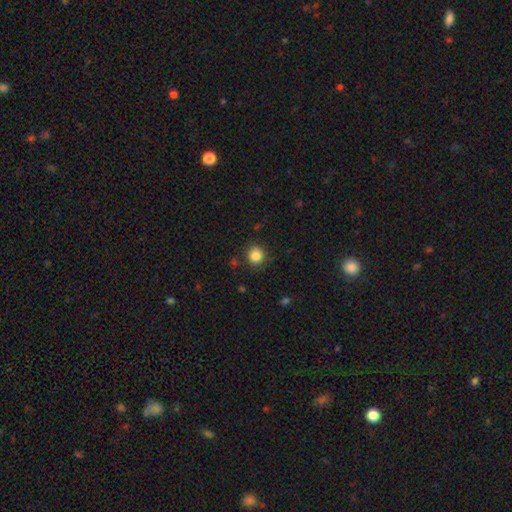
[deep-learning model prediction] The model was most divided on "smooth or featured": smooth: 85%, star or artifact: 11%, featured or disk: 4%. More confident: how rounded — round (89%); merging — none (86%).